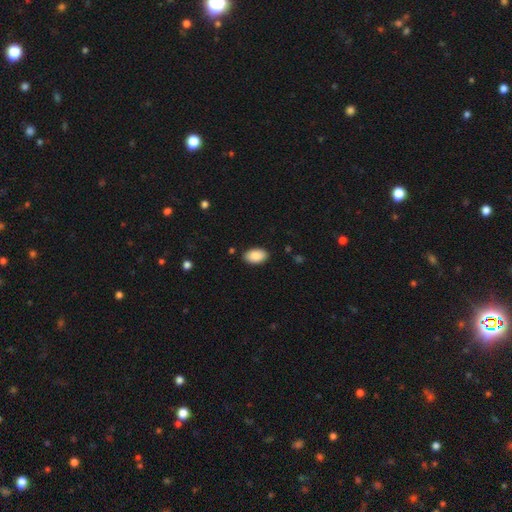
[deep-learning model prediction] Q: Smooth or featured?
A: smooth (89%); runner-up: star or artifact (6%)
Q: How rounded?
A: in between (93%); runner-up: round (6%)
Q: Merging?
A: none (88%); runner-up: minor disturbance (9%)